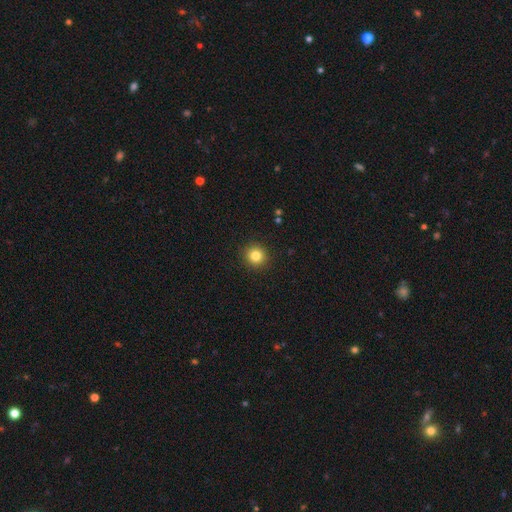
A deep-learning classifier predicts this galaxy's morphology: Q: Smooth or featured?
A: smooth (82%); runner-up: star or artifact (12%)
Q: How rounded?
A: round (93%); runner-up: in between (6%)
Q: Merging?
A: none (92%); runner-up: minor disturbance (5%)